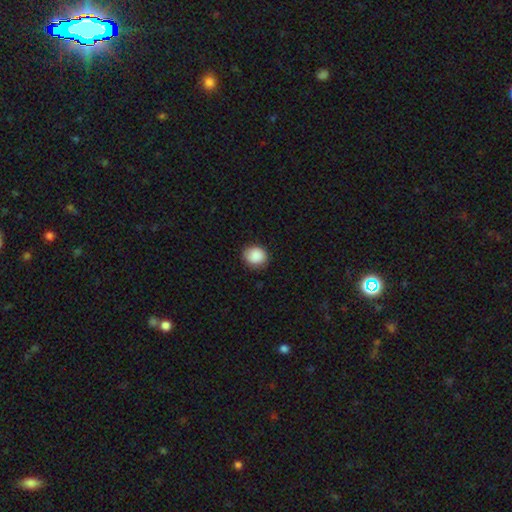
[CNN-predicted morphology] Smooth or featured? smooth (89%)
How rounded? round (77%)
Merging? none (84%)